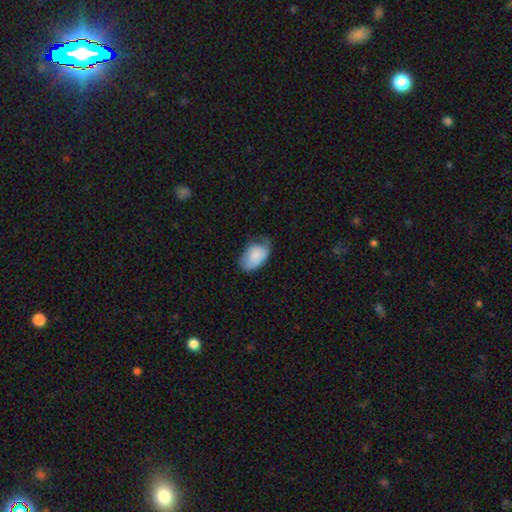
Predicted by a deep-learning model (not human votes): Morphology: type=smooth (78%); roundness=in between (92%); merging=minor disturbance (41%).